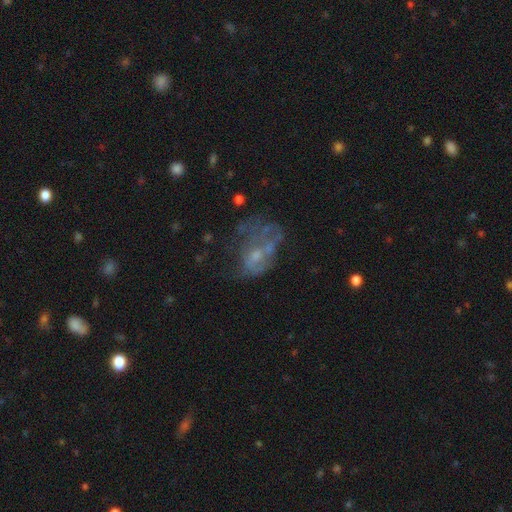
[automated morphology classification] This is possibly a featured or disk galaxy (55%). It is clearly not viewed edge-on (97%). Bar: clearly no (84%). Spiral arm pattern: clearly no (81%). Central bulge: marginally small (39%). Merging: marginally major disturbance (40%).